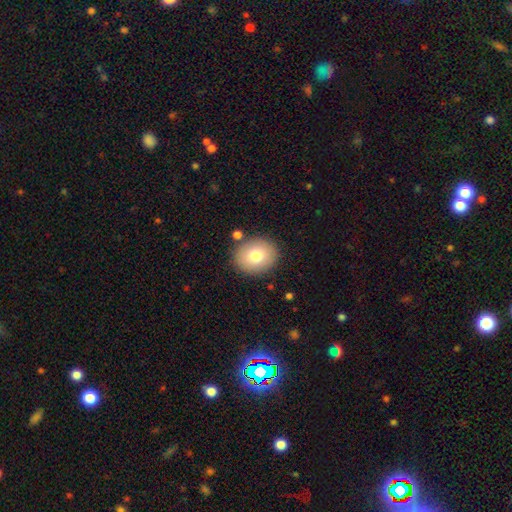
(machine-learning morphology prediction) Q: Smooth or featured?
A: smooth (77%); runner-up: featured or disk (14%)
Q: How rounded?
A: round (64%); runner-up: in between (35%)
Q: Merging?
A: none (85%); runner-up: minor disturbance (9%)